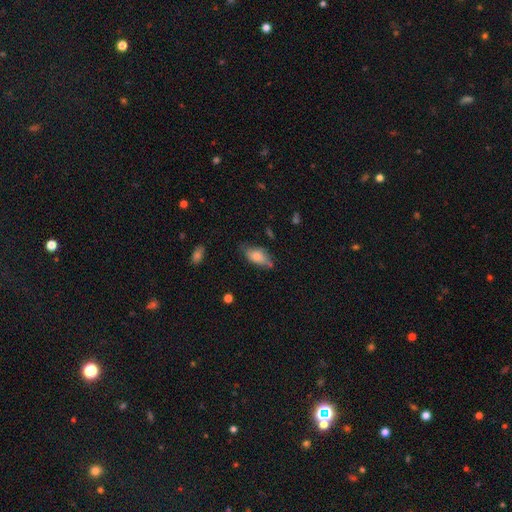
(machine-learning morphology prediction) A smooth galaxy with no disk features (60%) that is in between round and cigar-shaped (86%). Merging: none (63%).